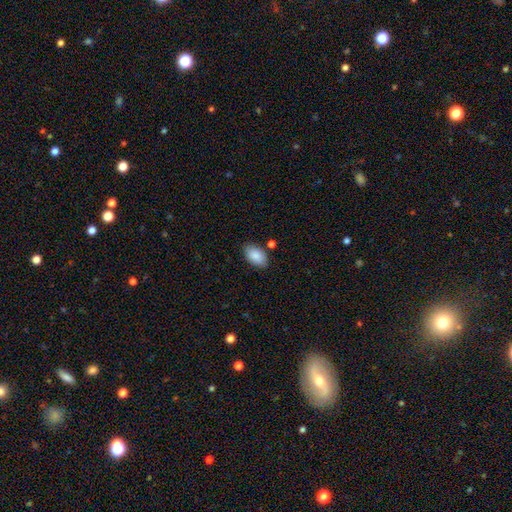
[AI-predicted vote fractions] This appears to be a smooth galaxy with no disk features (88%) that is in between round and cigar-shaped (94%). Merging: none (80%).